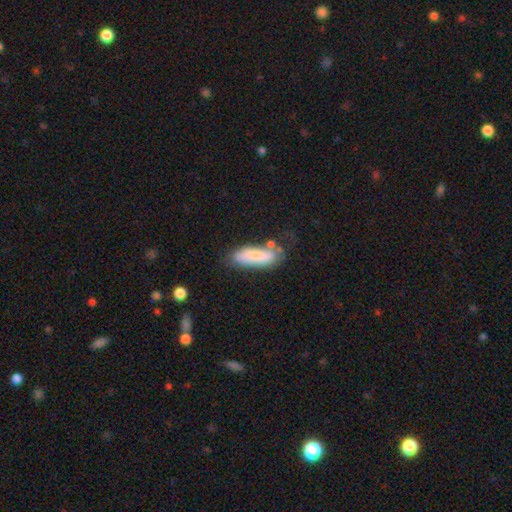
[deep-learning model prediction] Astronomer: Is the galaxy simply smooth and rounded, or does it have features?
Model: smooth — 78%.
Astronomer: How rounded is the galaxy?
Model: in between — 51% (runner-up: cigar-shaped, 48%).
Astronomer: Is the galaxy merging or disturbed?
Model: none — 53%.